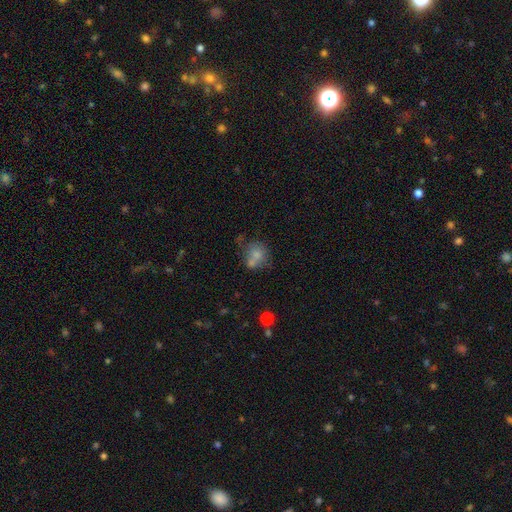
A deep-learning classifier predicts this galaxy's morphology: Smooth or featured?
  - smooth: 72% *
  - featured or disk: 17%
  - star or artifact: 10%
How rounded?
  - round: 67% *
  - in between: 32%
  - cigar-shaped: 1%
Merging?
  - none: 37% *
  - merger: 35%
  - minor disturbance: 17%
  - major disturbance: 10%